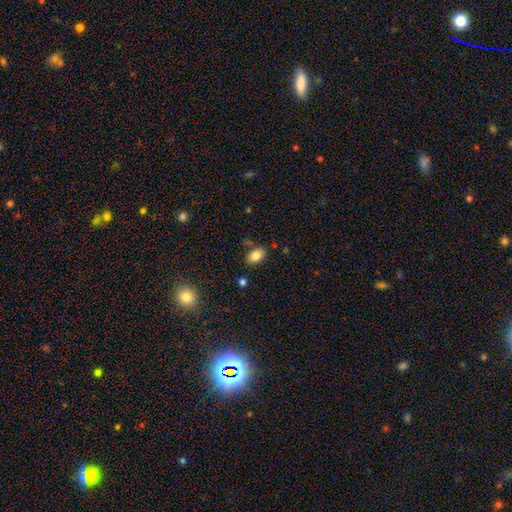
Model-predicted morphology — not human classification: A smooth galaxy with no disk features (82%) that is in between round and cigar-shaped (83%).

Vote fractions:
- Smooth or featured? smooth: 82% / star or artifact: 9% / featured or disk: 8%
- How rounded? in between: 83% / round: 15% / cigar-shaped: 1%
- Merging? none: 80% / minor disturbance: 13% / merger: 5% / major disturbance: 3%